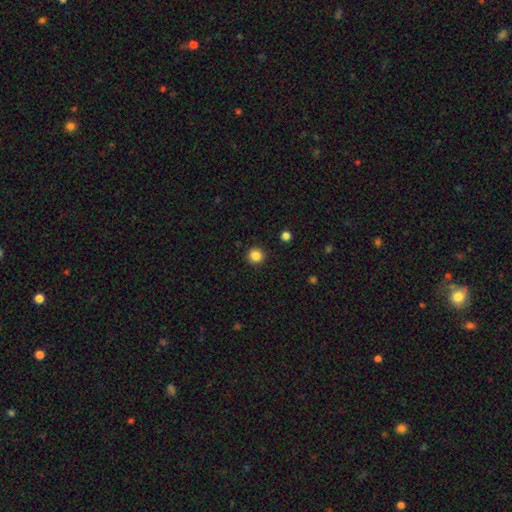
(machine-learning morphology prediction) Q: Smooth or featured?
A: smooth (85%); runner-up: star or artifact (11%)
Q: How rounded?
A: round (94%); runner-up: in between (5%)
Q: Merging?
A: none (92%); runner-up: minor disturbance (5%)